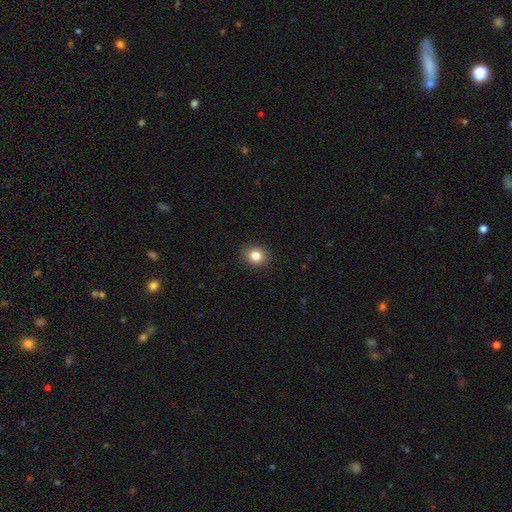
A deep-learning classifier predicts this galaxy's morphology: smooth 83%, star or artifact 11%, featured or disk 6%. Down the decision tree: how rounded — round (71%); merging — none (91%).